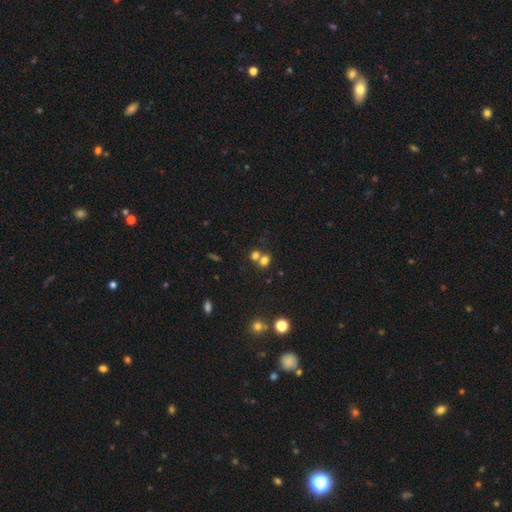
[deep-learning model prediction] Smooth or featured? smooth (72%)
How rounded? round (62%)
Merging? merger (50%)